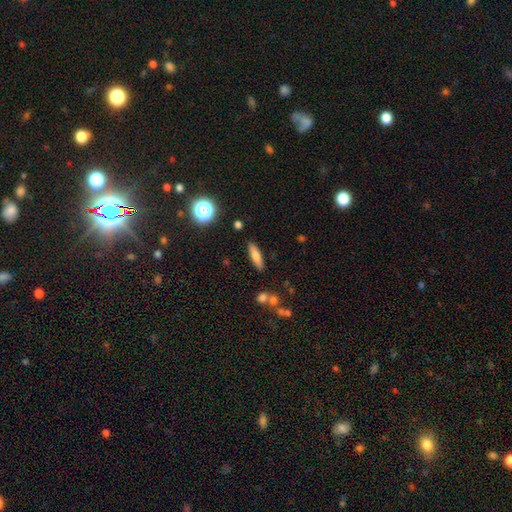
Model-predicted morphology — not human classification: This appears to be a smooth galaxy with no disk features (75%) that is cigar-shaped (62%). Merging: none (86%).